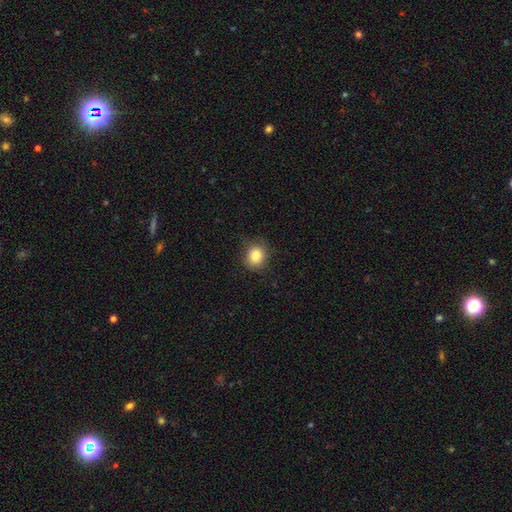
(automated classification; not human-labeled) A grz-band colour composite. It shows a smooth galaxy with no disk features (83%) that is round (78%). Merging: none (82%).